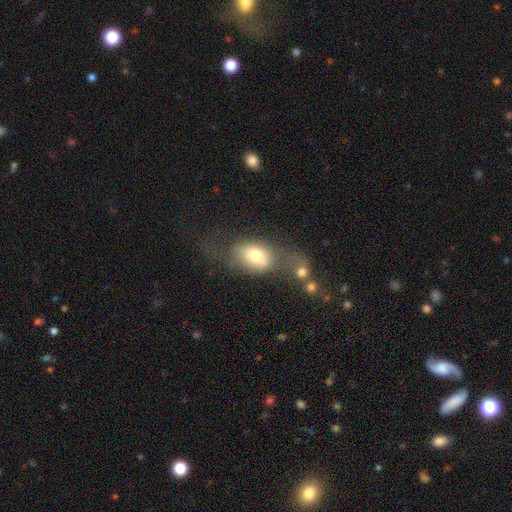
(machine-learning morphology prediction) Smooth or featured?
  - smooth: 69% *
  - featured or disk: 23%
  - star or artifact: 8%
How rounded?
  - in between: 80% *
  - round: 18%
  - cigar-shaped: 2%
Merging?
  - merger: 30% *
  - major disturbance: 28%
  - none: 26%
  - minor disturbance: 17%